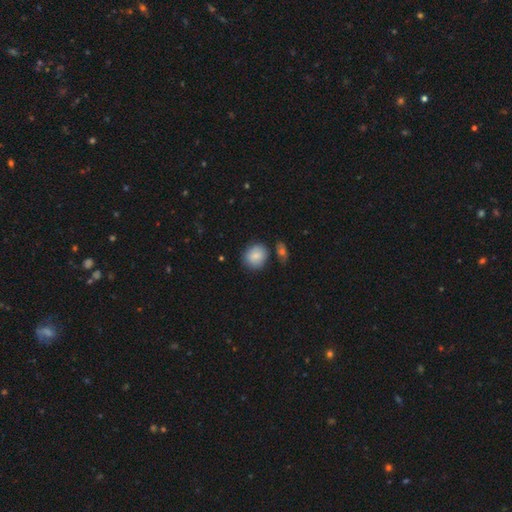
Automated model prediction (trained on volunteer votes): Smooth or featured: smooth — 83% (featured or disk — 10%)
How rounded: round — 75% (in between — 24%)
Merging: none — 73% (minor disturbance — 16%)